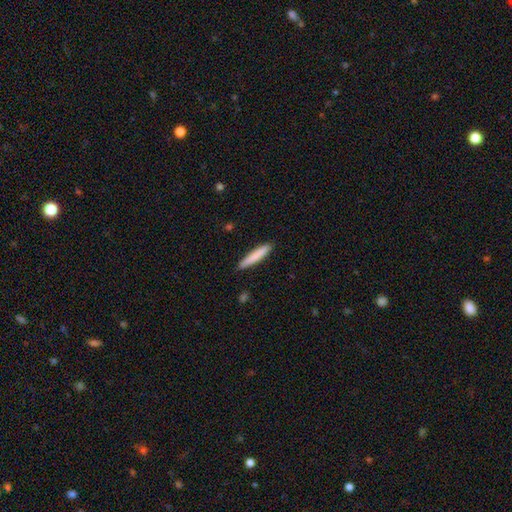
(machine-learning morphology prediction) Q: Smooth or featured?
A: smooth (81%); runner-up: featured or disk (14%)
Q: How rounded?
A: cigar-shaped (93%); runner-up: in between (6%)
Q: Merging?
A: none (90%); runner-up: minor disturbance (8%)